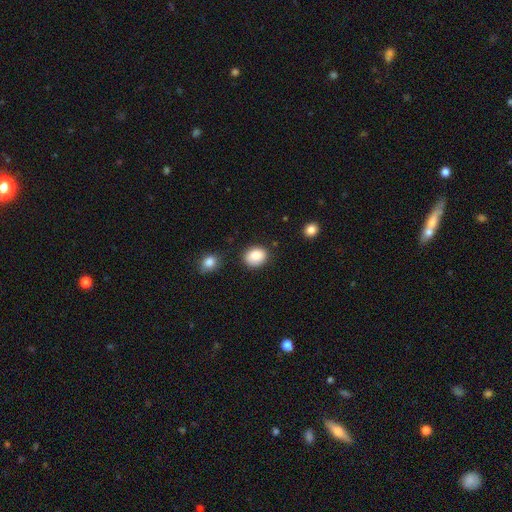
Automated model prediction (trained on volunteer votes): Smooth or featured: smooth — 88% (star or artifact — 8%)
How rounded: round — 53% (in between — 46%)
Merging: none — 80% (minor disturbance — 13%)